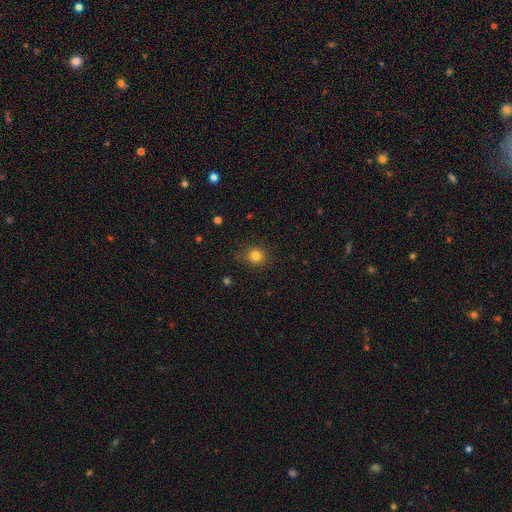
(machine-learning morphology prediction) A smooth galaxy with no disk features (81%) that is round (87%). Merging: none (87%).